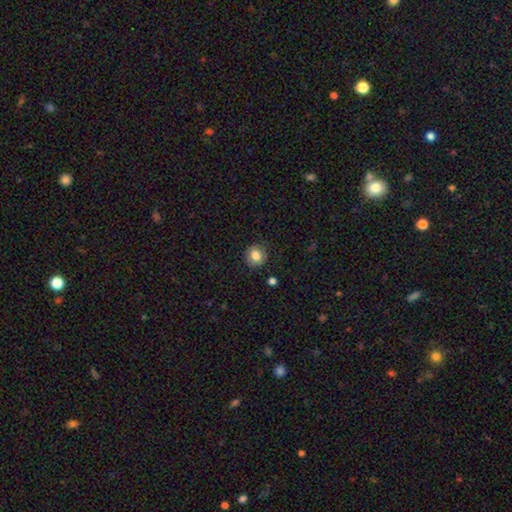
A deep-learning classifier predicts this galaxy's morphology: smooth_or_featured: smooth (p=0.80) [alt: featured or disk p=0.10]
how_rounded: round (p=0.82) [alt: in between p=0.17]
merging: none (p=0.86) [alt: minor disturbance p=0.10]